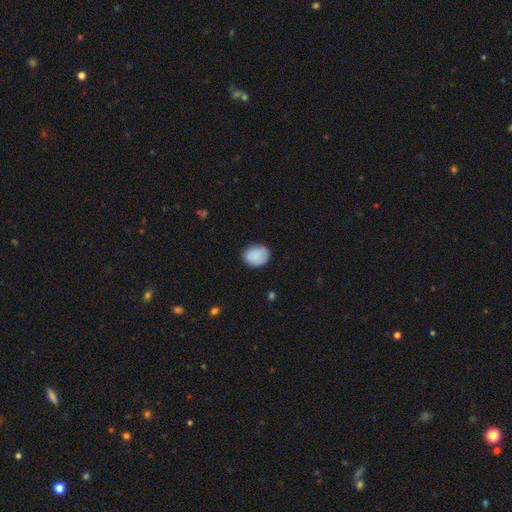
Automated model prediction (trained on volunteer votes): smooth 88%, star or artifact 7%, featured or disk 5%. Down the decision tree: how rounded — round (53%); merging — none (80%).